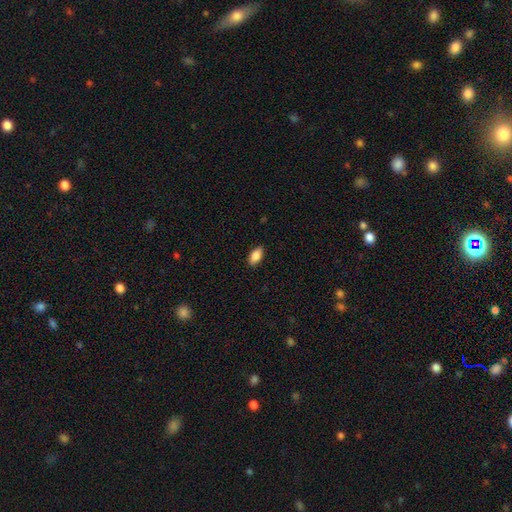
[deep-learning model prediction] Smooth or featured?
  - smooth: 87% *
  - star or artifact: 7%
  - featured or disk: 6%
How rounded?
  - in between: 91% *
  - cigar-shaped: 5%
  - round: 3%
Merging?
  - none: 88% *
  - minor disturbance: 9%
  - major disturbance: 2%
  - merger: 1%